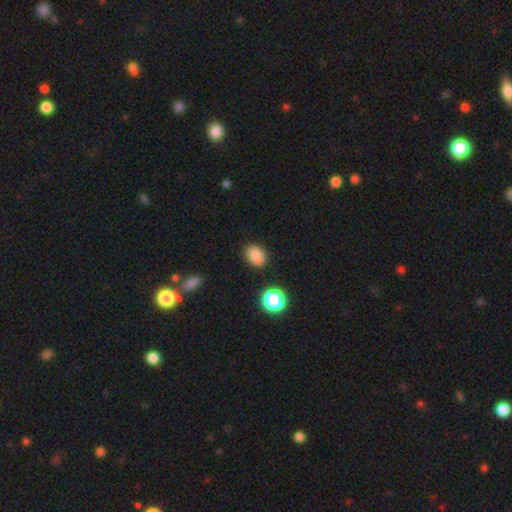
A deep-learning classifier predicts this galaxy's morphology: smooth-or-featured: smooth: 84% | star or artifact: 12% | featured or disk: 4%
  how-rounded: in between: 66% | round: 33% | cigar-shaped: 1%
  merging: none: 83% | minor disturbance: 12% | major disturbance: 3% | merger: 2%